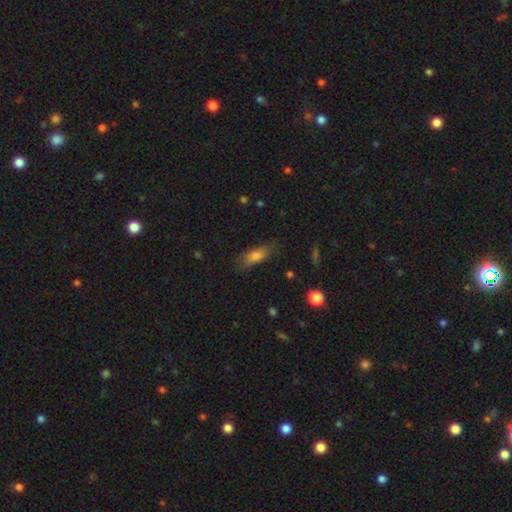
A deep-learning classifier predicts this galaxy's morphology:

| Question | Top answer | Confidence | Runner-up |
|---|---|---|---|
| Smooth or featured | smooth | 79% | featured or disk (13%) |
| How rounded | in between | 74% | cigar-shaped (23%) |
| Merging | none | 73% | minor disturbance (20%) |